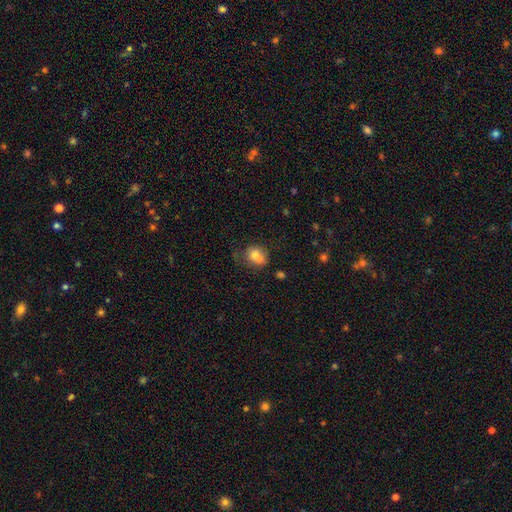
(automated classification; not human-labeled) A smooth galaxy with no disk features (71%) that is round (67%). Merging: merger (54%).